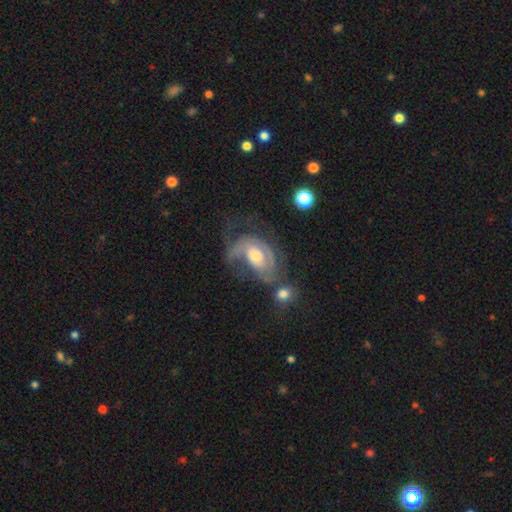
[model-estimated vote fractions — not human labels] The model was most divided on "spiral winding": medium: 42%, tight: 37%, loose: 21%. Remaining: edge-on disk — no (97%); spiral arms — yes (90%); smooth or featured — featured or disk (82%); bar — no (62%); bulge size — moderate (60%); spiral arm count — 2 (41%); merging — major disturbance (38%).